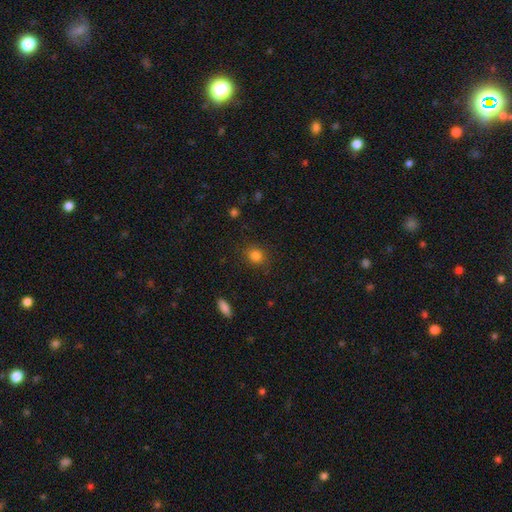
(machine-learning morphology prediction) smooth 83%, star or artifact 12%, featured or disk 5%. Down the decision tree: how rounded — round (71%); merging — none (84%).